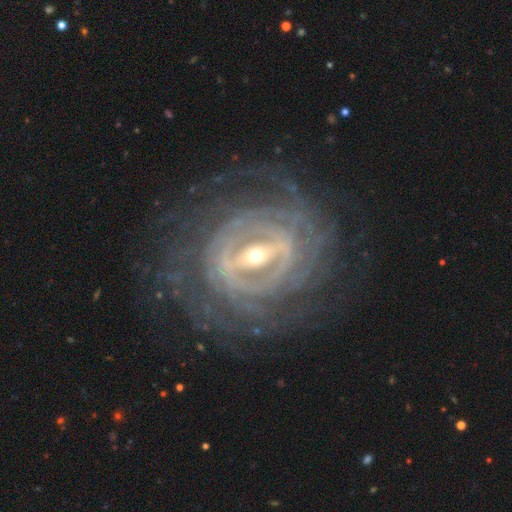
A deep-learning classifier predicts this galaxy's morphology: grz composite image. It shows a featured or disk galaxy (91%) with a strong bar (72%), tight (82%) spiral arms (90%) and a small central bulge (48%). Merging: none (81%).